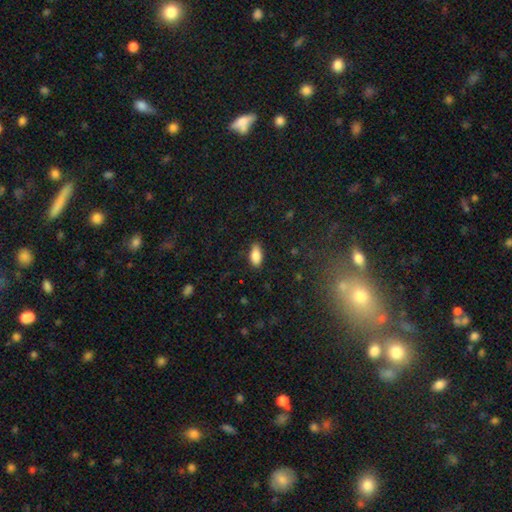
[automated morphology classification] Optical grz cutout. It shows a smooth galaxy with no disk features (86%) that is in between round and cigar-shaped (90%). Merging: none (82%).